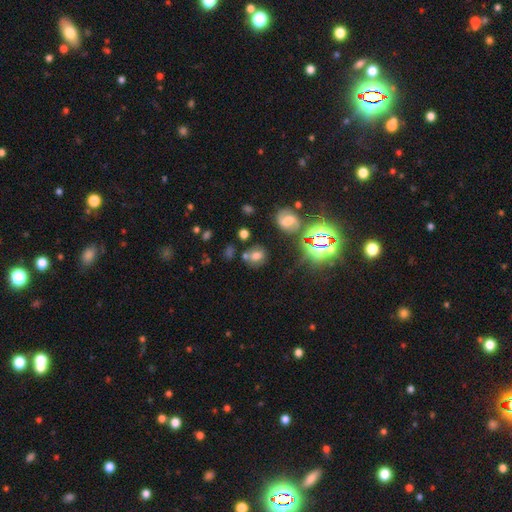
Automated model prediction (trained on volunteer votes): The model was most divided on "how rounded": round: 62%, in between: 36%, cigar-shaped: 1%. More confident: merging — none (64%); smooth or featured — smooth (54%).